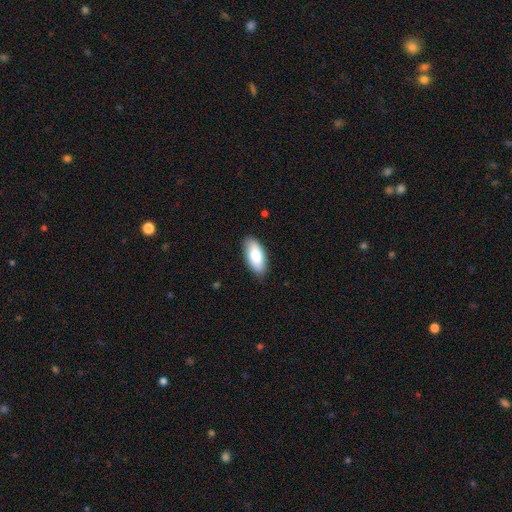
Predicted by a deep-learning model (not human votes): A smooth galaxy with no disk features (82%) that is in between round and cigar-shaped (88%). Merging: none (86%).